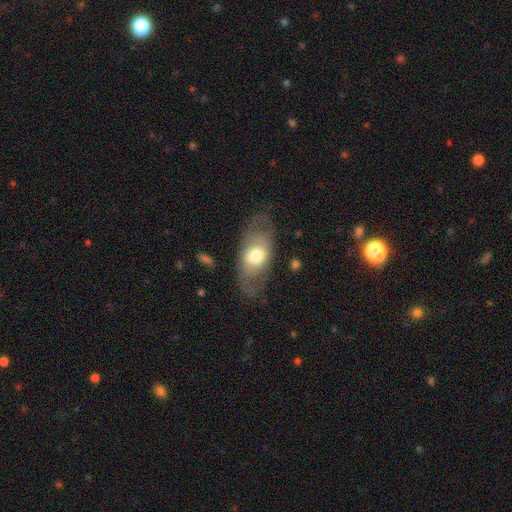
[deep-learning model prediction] smooth 48%, featured or disk 45%, star or artifact 6%. Down the decision tree: merging — none (74%).